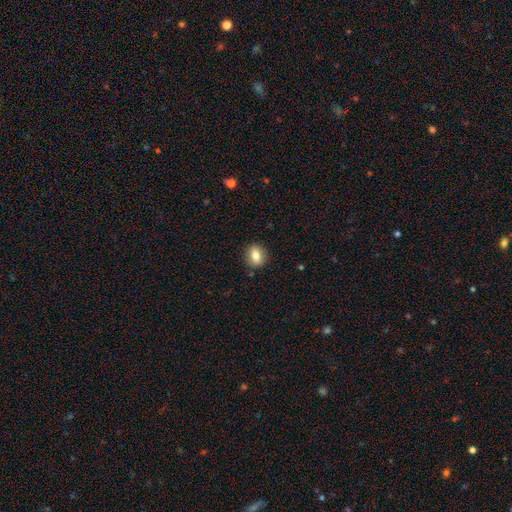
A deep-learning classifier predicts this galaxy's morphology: Overall: smooth (78%). How rounded: round (60%; in between 38%). Merging: none (88%).